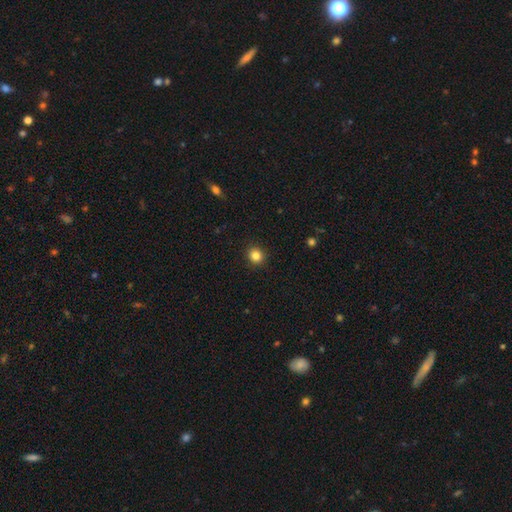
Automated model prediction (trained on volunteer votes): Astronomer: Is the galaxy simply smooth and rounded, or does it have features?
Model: smooth — 85%.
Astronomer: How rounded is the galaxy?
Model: round — 86%.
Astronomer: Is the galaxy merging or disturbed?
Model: none — 92%.